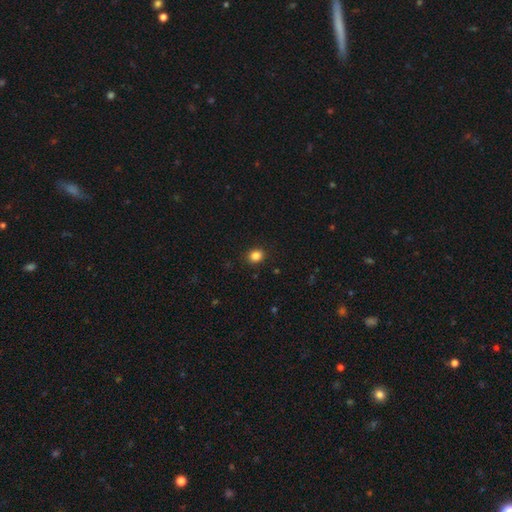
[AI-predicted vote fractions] A smooth galaxy with no disk features (85%) that is round (66%). Merging: none (90%).